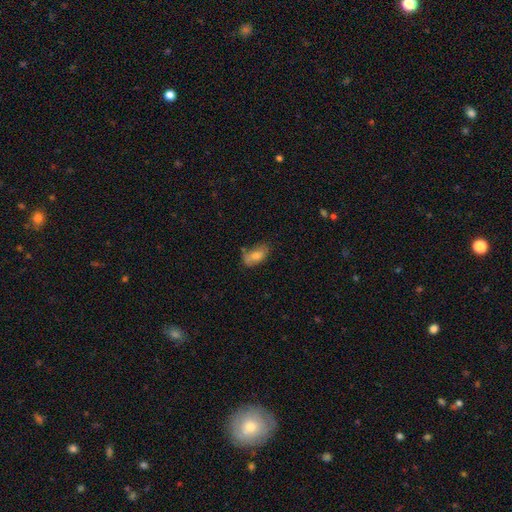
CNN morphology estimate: type=smooth (68%); roundness=in between (88%); merging=none (57%).